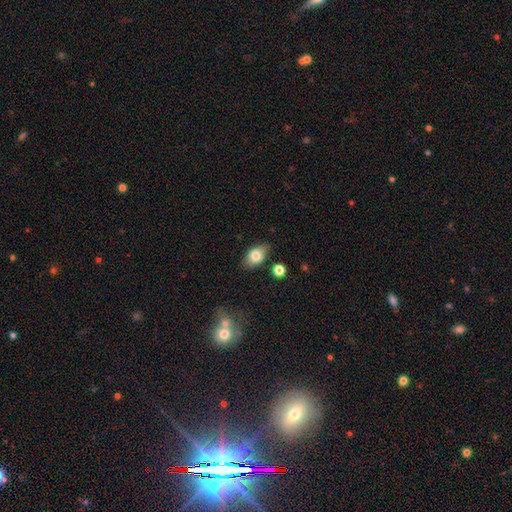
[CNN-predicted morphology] smooth_or_featured: smooth (p=0.78) [alt: featured or disk p=0.15]
how_rounded: in between (p=0.86) [alt: round p=0.11]
merging: none (p=0.82) [alt: minor disturbance p=0.13]